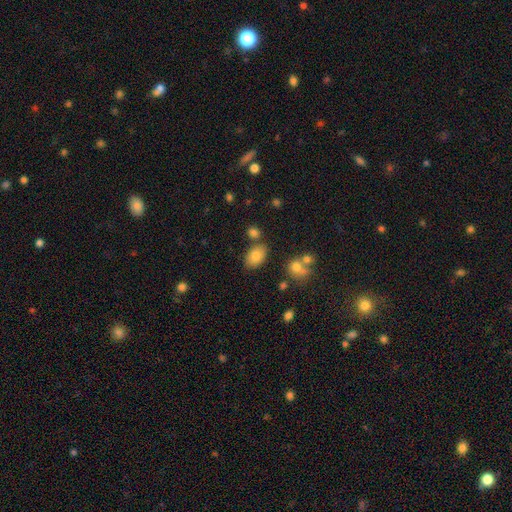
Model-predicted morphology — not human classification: Smooth or featured: smooth — 81% (featured or disk — 10%)
How rounded: in between — 86% (round — 13%)
Merging: none — 74% (minor disturbance — 13%)